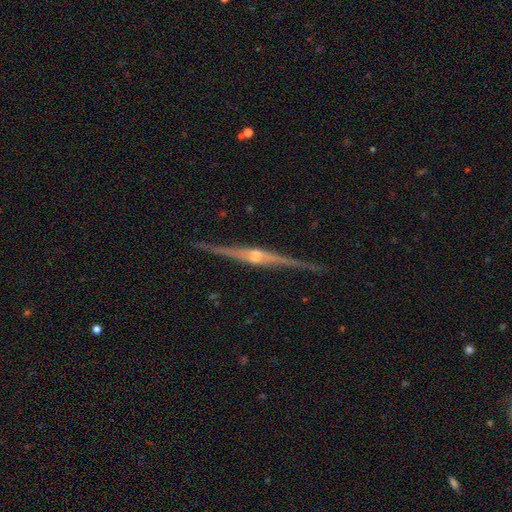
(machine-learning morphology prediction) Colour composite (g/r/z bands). It shows a featured or disk galaxy (90%) viewed edge-on (98%) with a rounded central bulge (88%). Merging: none (89%).